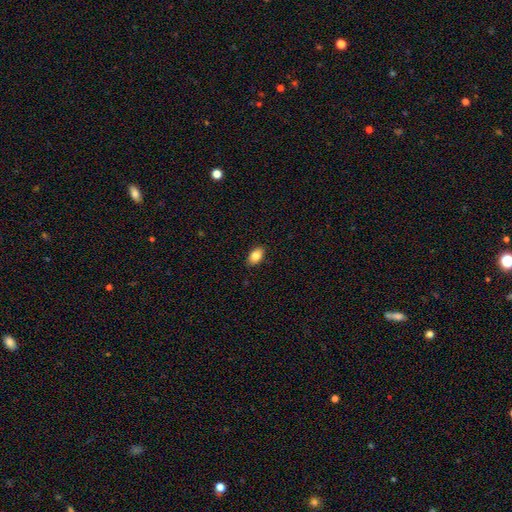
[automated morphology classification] A smooth galaxy with no disk features (85%) that is in between round and cigar-shaped (90%). Merging: none (88%).